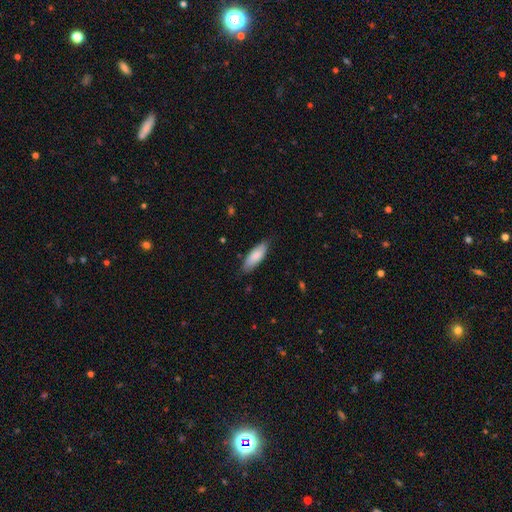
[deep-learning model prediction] smooth_or_featured: smooth (p=0.82) [alt: featured or disk p=0.13]
how_rounded: in between (p=0.70) [alt: cigar-shaped p=0.28]
merging: none (p=0.76) [alt: minor disturbance p=0.19]